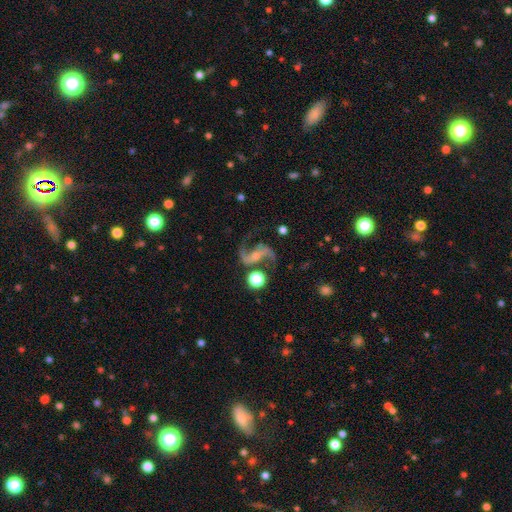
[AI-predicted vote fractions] Smooth or featured?
  - featured or disk: 89% *
  - star or artifact: 6%
  - smooth: 5%
Edge-on disk?
  - no: 97% *
  - yes: 3%
Bar?
  - strong: 36% *
  - weak: 32%
  - no: 32%
Spiral arms?
  - yes: 97% *
  - no: 3%
Spiral winding?
  - loose: 67% *
  - medium: 28%
  - tight: 5%
Spiral arm count?
  - 2: 94% *
  - 1: 2%
  - can't tell: 1%
  - 3: 1%
  - 4: 1%
  - more than 4: 1%
Bulge size?
  - small: 54% *
  - moderate: 37%
  - none: 4%
  - large: 3%
  - dominant: 1%
Merging?
  - none: 69% *
  - minor disturbance: 15%
  - major disturbance: 11%
  - merger: 5%